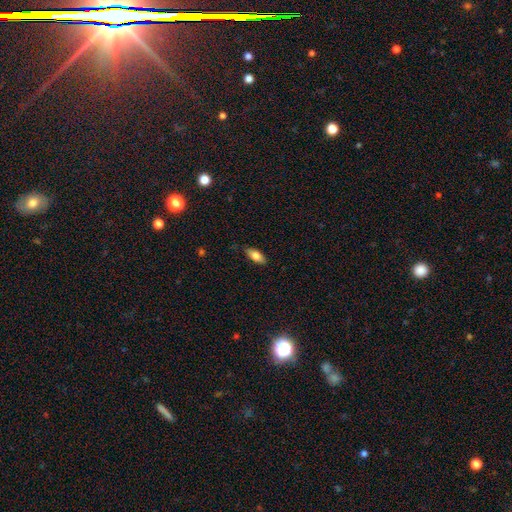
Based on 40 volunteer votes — A smooth galaxy with no disk features (82%) that is in between round and cigar-shaped (82%). Merging: none (89%).